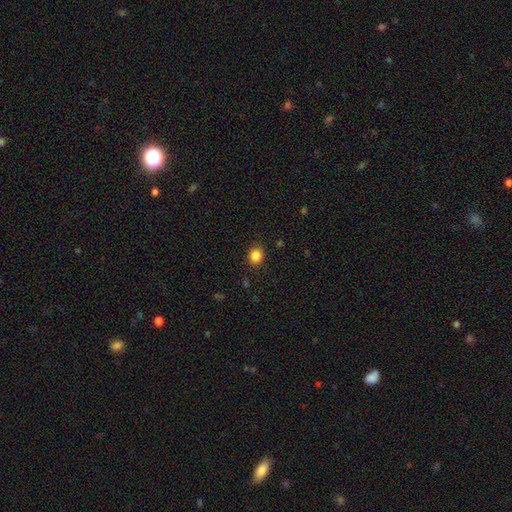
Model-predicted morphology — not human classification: Smooth or featured? smooth (85%)
How rounded? round (65%)
Merging? none (88%)